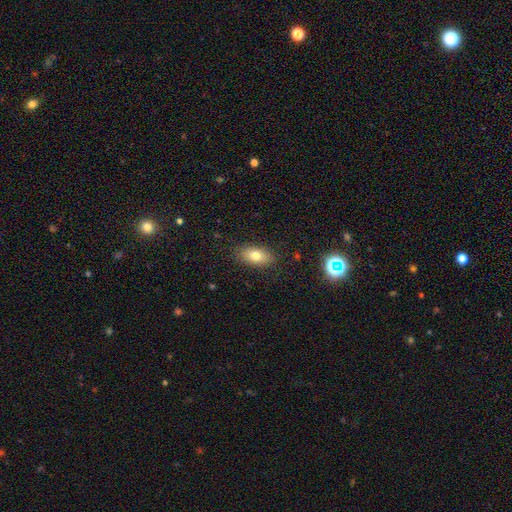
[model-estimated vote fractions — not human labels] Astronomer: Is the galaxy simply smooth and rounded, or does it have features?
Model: smooth — 76%.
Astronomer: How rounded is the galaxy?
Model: in between — 88%.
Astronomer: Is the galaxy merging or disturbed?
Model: none — 86%.